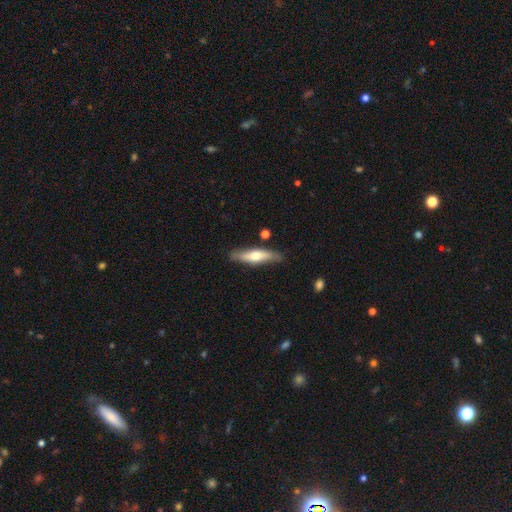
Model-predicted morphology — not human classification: Smooth or featured? smooth (52%)
How rounded? cigar-shaped (71%)
Merging? none (81%)